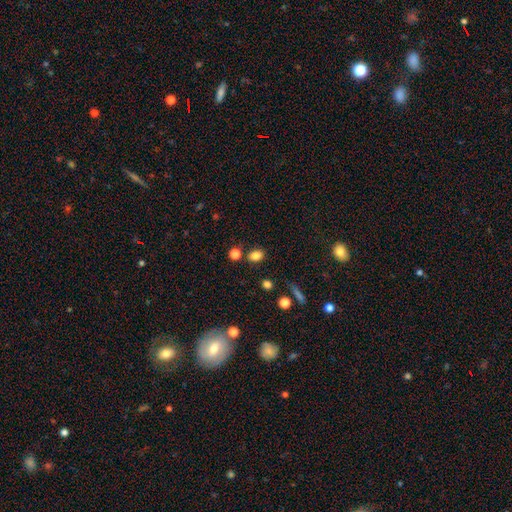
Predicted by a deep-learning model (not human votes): A smooth galaxy with no disk features (82%) that is in between round and cigar-shaped (65%). Merging: none (79%).